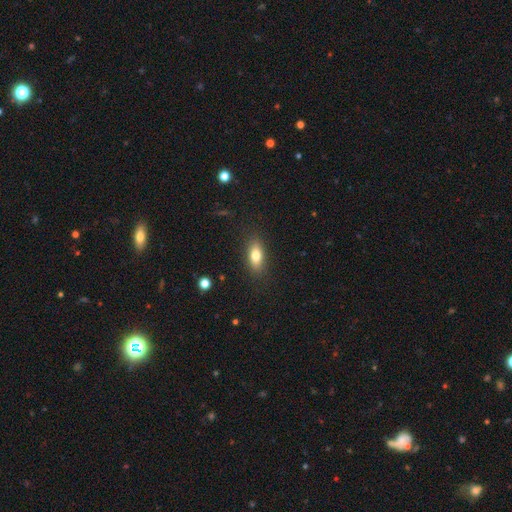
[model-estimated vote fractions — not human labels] smooth_or_featured: smooth (p=0.77) [alt: featured or disk p=0.15]
how_rounded: in between (p=0.79) [alt: cigar-shaped p=0.16]
merging: none (p=0.86) [alt: minor disturbance p=0.10]